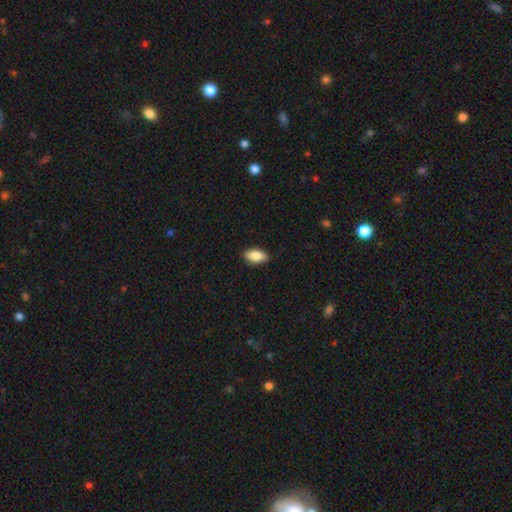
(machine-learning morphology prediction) This appears to be a smooth galaxy with no disk features (85%) that is in between round and cigar-shaped (91%). Merging: none (89%).